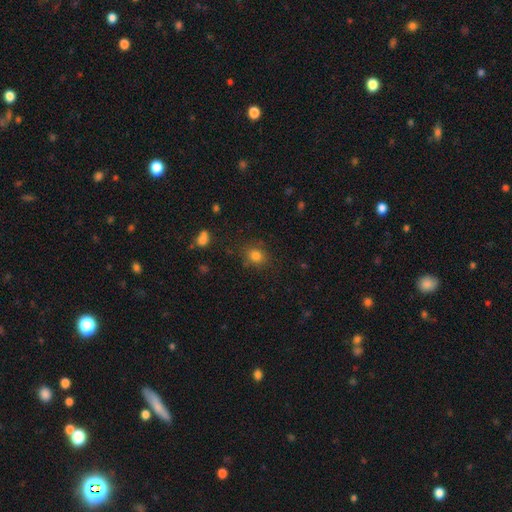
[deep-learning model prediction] smooth_or_featured: smooth (p=0.81) [alt: star or artifact p=0.13]
how_rounded: round (p=0.70) [alt: in between p=0.29]
merging: none (p=0.81) [alt: minor disturbance p=0.12]